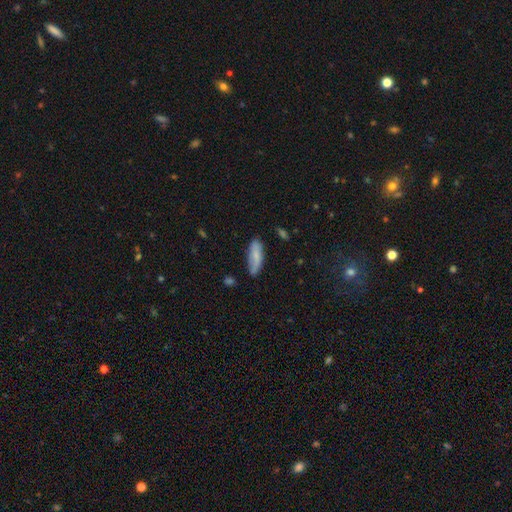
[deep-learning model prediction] Smooth or featured: smooth — 74% (featured or disk — 19%)
How rounded: in between — 55% (cigar-shaped — 43%)
Merging: none — 71% (minor disturbance — 23%)